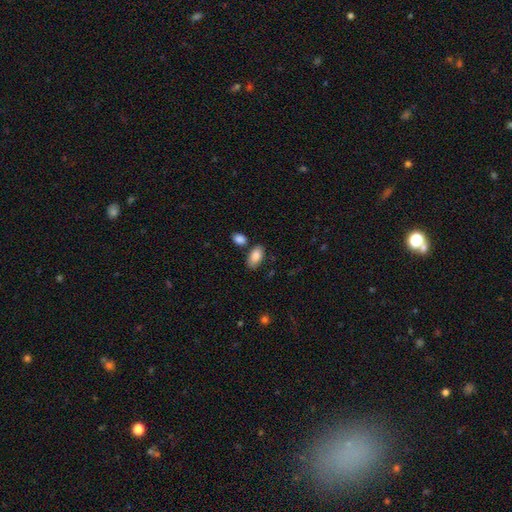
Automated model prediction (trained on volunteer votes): smooth-or-featured: smooth: 87% | star or artifact: 6% | featured or disk: 6%
  how-rounded: in between: 94% | round: 4% | cigar-shaped: 2%
  merging: none: 74% | minor disturbance: 14% | merger: 9% | major disturbance: 3%